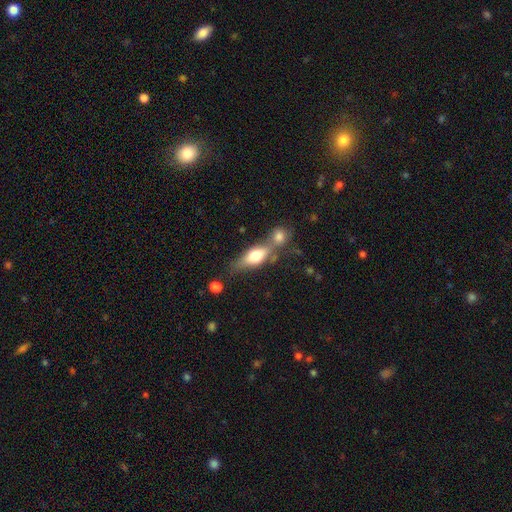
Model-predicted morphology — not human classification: Smooth or featured? Predicted: smooth (p=0.60). How rounded? Predicted: in between (p=0.66). Merging? Predicted: none (p=0.43).